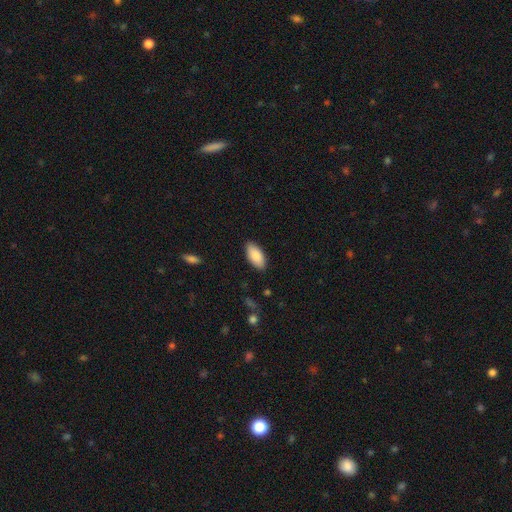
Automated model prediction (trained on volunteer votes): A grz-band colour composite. It shows a smooth galaxy with no disk features (88%) that is in between round and cigar-shaped (91%). Merging: none (88%).